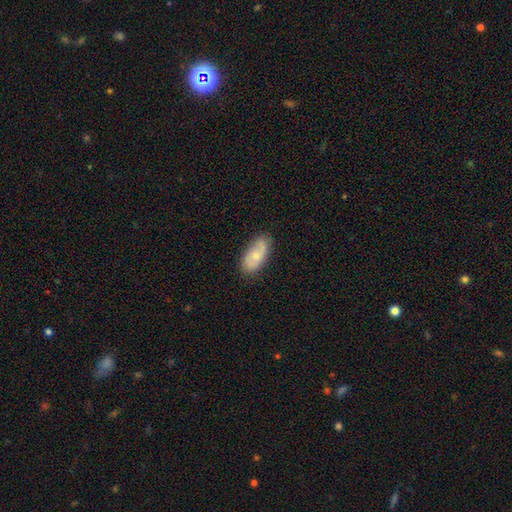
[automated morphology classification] The model was most divided on "smooth or featured": smooth: 52%, featured or disk: 42%, star or artifact: 6%. More confident: how rounded — in between (90%); merging — none (76%).